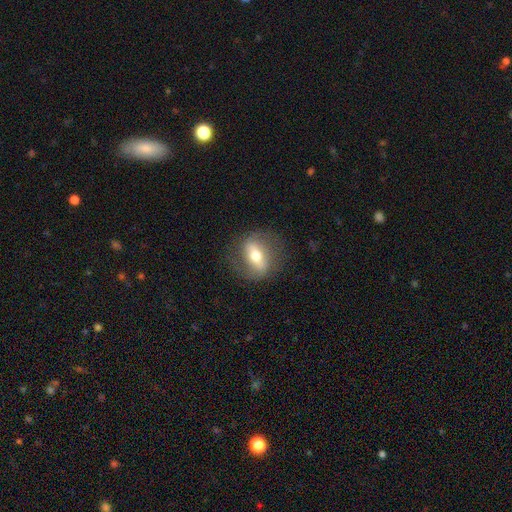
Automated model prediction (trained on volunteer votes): smooth_or_featured: featured or disk (p=0.55) [alt: smooth p=0.37]
disk_edge_on: no (p=0.71) [alt: yes p=0.29]
merging: none (p=0.78) [alt: minor disturbance p=0.13]